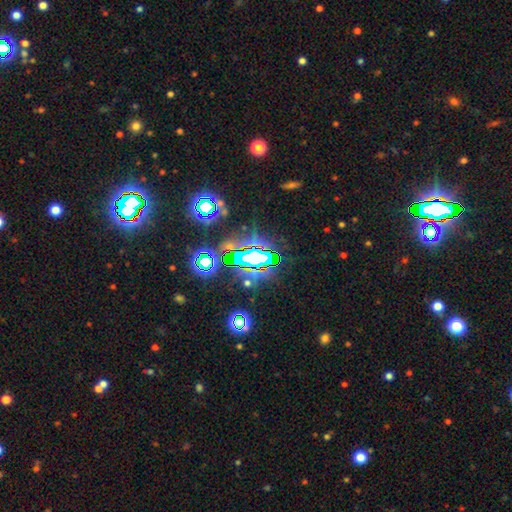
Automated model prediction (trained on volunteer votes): Smooth or featured? star or artifact (67%)